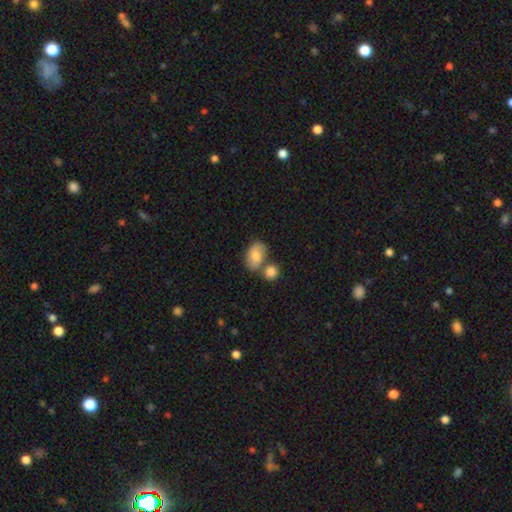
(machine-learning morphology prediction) Smooth or featured? Predicted: smooth (p=0.75). How rounded? Predicted: in between (p=0.82). Merging? Predicted: none (p=0.48).